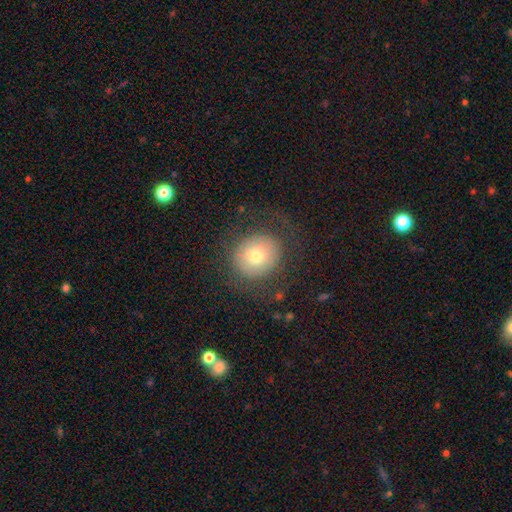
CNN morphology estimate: Smooth or featured? smooth (68%)
How rounded? round (84%)
Merging? none (76%)